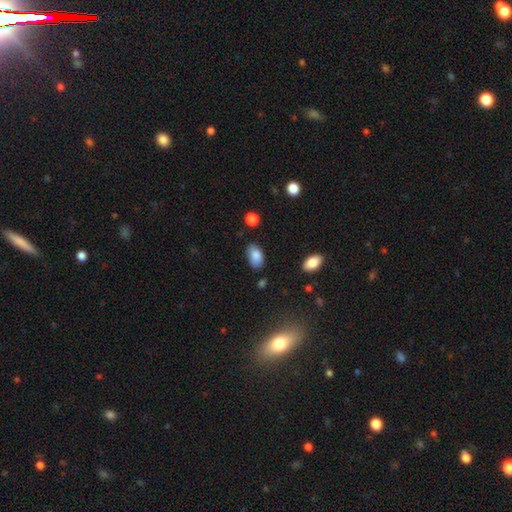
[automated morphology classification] smooth-or-featured: smooth: 86% | star or artifact: 7% | featured or disk: 7%
  how-rounded: in between: 93% | round: 5% | cigar-shaped: 2%
  merging: none: 79% | minor disturbance: 16% | major disturbance: 3% | merger: 2%